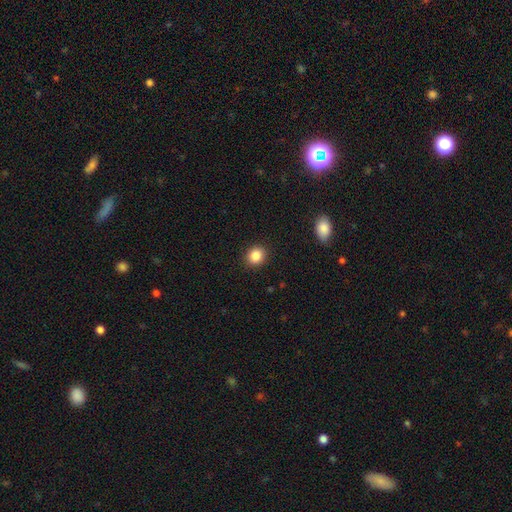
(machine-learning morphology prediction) Smooth or featured?
  - smooth: 86% *
  - star or artifact: 10%
  - featured or disk: 4%
How rounded?
  - round: 75% *
  - in between: 24%
  - cigar-shaped: 1%
Merging?
  - none: 91% *
  - minor disturbance: 6%
  - major disturbance: 2%
  - merger: 1%